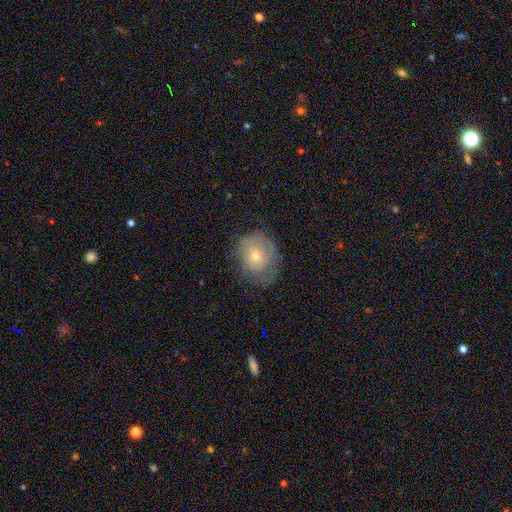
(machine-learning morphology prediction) smooth_or_featured: smooth (p=0.54) [alt: featured or disk p=0.37]
how_rounded: round (p=0.66) [alt: in between p=0.33]
merging: none (p=0.53) [alt: minor disturbance p=0.30]